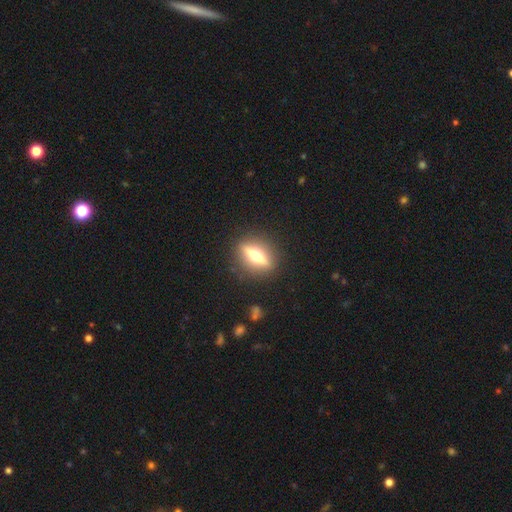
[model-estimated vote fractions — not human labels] A featured or disk galaxy (63%) viewed edge-on (84%) with a rounded central bulge (89%).

Vote fractions:
- Smooth or featured? featured or disk: 63% / smooth: 29% / star or artifact: 8%
- Edge-on disk? yes: 84% / no: 16%
- Edge-on bulge? rounded: 89% / boxy: 7% / none: 5%
- Merging? none: 87% / minor disturbance: 7% / major disturbance: 4% / merger: 1%